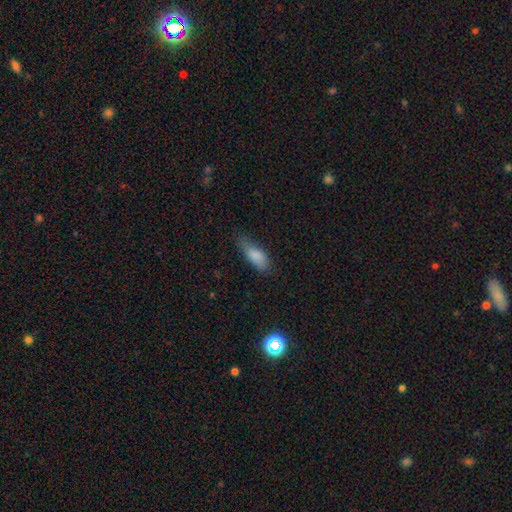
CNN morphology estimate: Smooth or featured: smooth — 85% (featured or disk — 8%)
How rounded: in between — 76% (cigar-shaped — 22%)
Merging: none — 54% (minor disturbance — 35%)